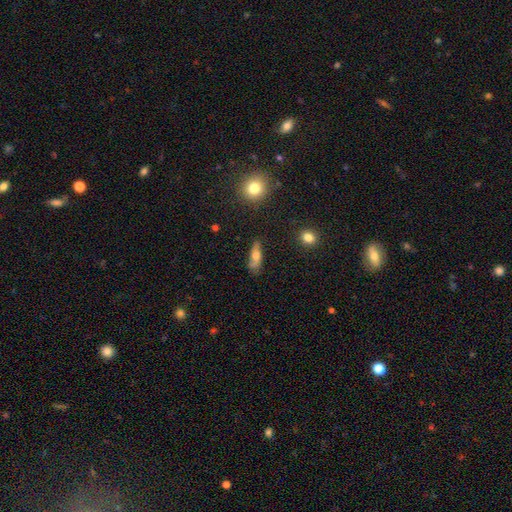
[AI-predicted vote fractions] smooth_or_featured: smooth (p=0.54) [alt: featured or disk p=0.37]
how_rounded: in between (p=0.55) [alt: cigar-shaped p=0.40]
merging: none (p=0.68) [alt: minor disturbance p=0.22]